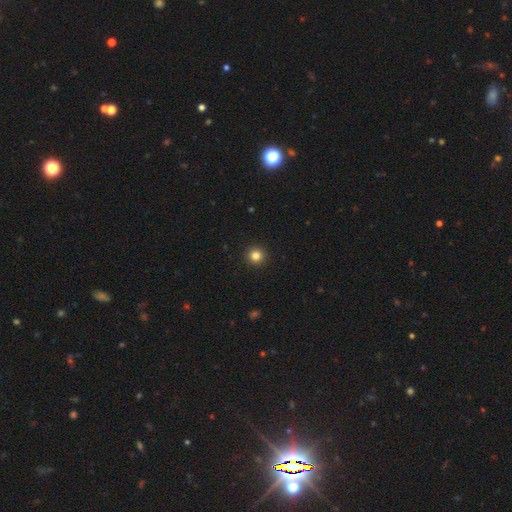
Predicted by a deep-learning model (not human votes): The model was most divided on "smooth or featured": smooth: 83%, star or artifact: 12%, featured or disk: 5%. More confident: how rounded — round (95%); merging — none (94%).